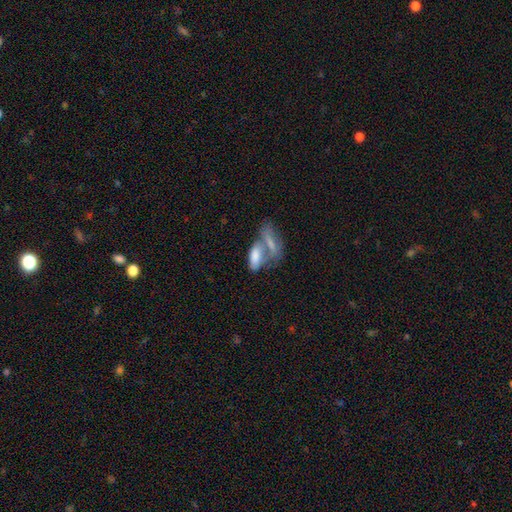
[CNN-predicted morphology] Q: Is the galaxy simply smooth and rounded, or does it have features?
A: smooth — 72%.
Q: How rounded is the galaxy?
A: in between — 81%.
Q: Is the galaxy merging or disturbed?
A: merger — 64%.